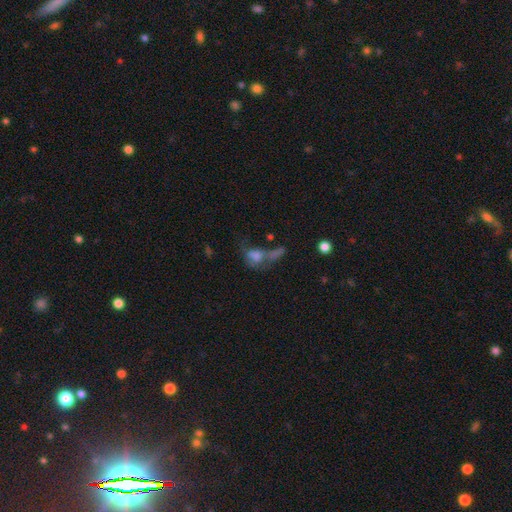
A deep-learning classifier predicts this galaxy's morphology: smooth-or-featured: smooth: 60% | featured or disk: 25% | star or artifact: 15%
  how-rounded: in between: 70% | round: 24% | cigar-shaped: 6%
  merging: merger: 42% | major disturbance: 27% | none: 19% | minor disturbance: 12%